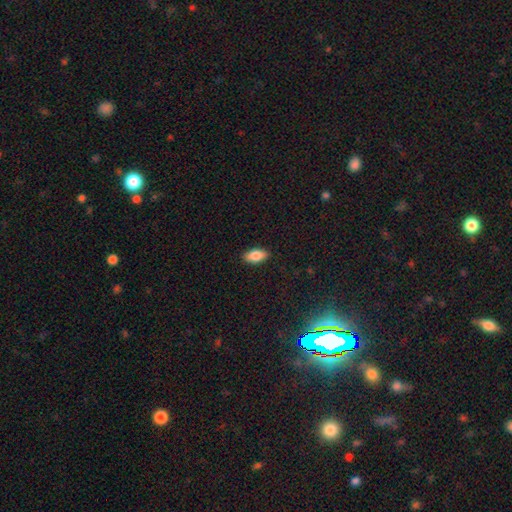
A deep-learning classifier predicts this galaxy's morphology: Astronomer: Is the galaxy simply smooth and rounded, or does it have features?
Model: smooth — 84%.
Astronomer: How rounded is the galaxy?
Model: in between — 89%.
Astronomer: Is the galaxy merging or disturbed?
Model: none — 89%.